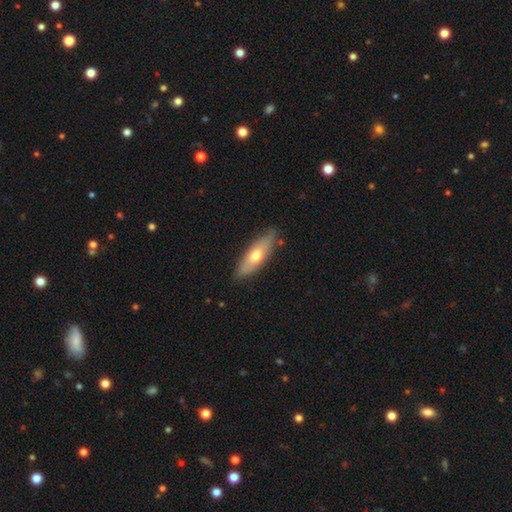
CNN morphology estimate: smooth-or-featured: smooth: 58% | featured or disk: 37% | star or artifact: 5%
  how-rounded: in between: 55% | cigar-shaped: 43% | round: 3%
  merging: none: 80% | minor disturbance: 16% | major disturbance: 3% | merger: 2%